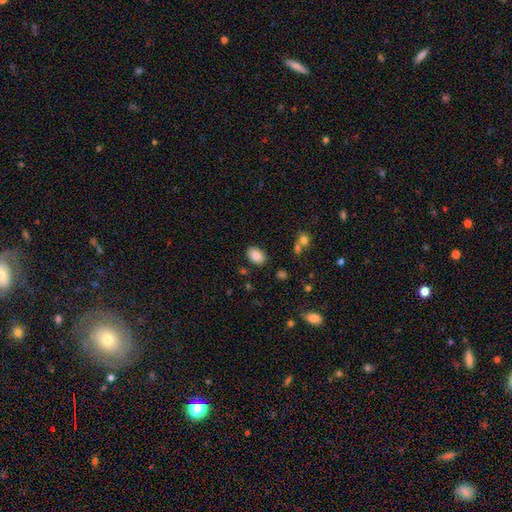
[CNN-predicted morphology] smooth-or-featured: smooth: 82% | featured or disk: 9% | star or artifact: 8%
  how-rounded: in between: 82% | round: 17% | cigar-shaped: 1%
  merging: none: 85% | minor disturbance: 10% | merger: 3% | major disturbance: 2%